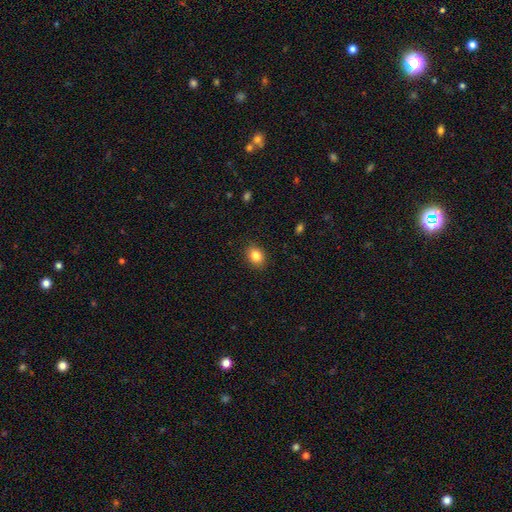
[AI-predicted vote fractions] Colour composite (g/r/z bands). It shows a smooth galaxy with no disk features (85%) that is in between round and cigar-shaped (54%). Merging: none (88%).